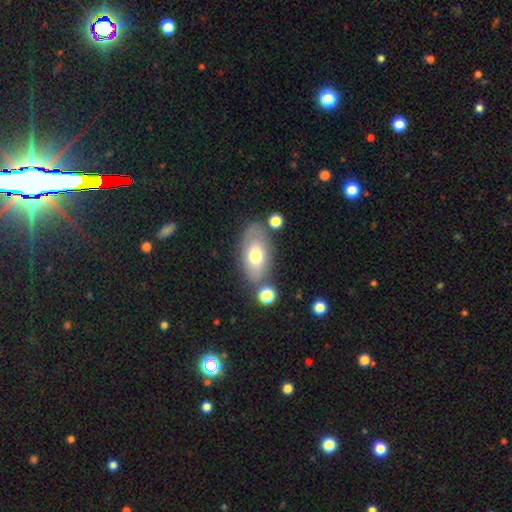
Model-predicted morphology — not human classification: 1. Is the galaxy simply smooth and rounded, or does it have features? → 63% smooth, 29% featured or disk, 8% star or artifact.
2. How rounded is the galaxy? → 90% in between, 7% round, 3% cigar-shaped.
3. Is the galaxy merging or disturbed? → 68% none, 16% minor disturbance, 9% merger, 6% major disturbance.